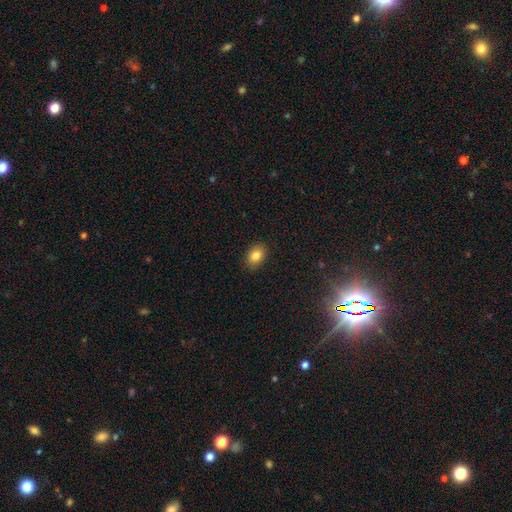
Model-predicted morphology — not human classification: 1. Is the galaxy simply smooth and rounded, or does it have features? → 84% smooth, 9% star or artifact, 7% featured or disk.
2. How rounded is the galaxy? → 79% in between, 20% round, 1% cigar-shaped.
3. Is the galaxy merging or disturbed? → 89% none, 8% minor disturbance, 2% major disturbance, 1% merger.